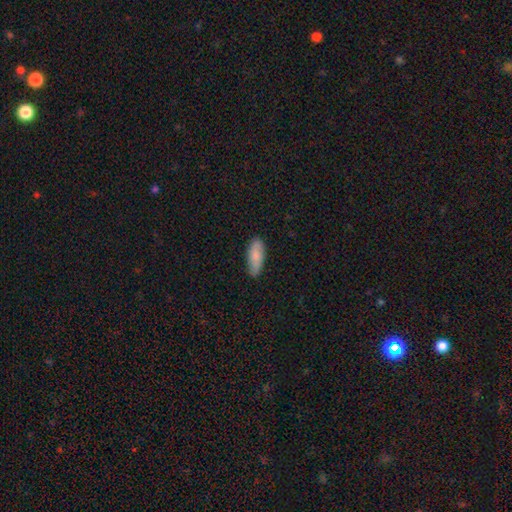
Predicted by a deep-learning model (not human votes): Overall: smooth (82%). How rounded: in between (69%). Merging: none (84%).